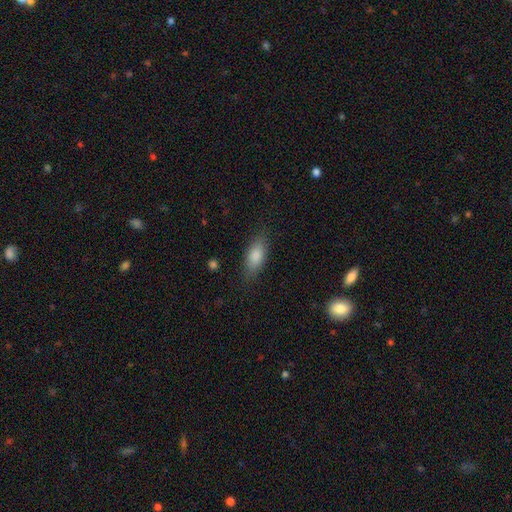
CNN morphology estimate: This is clearly a smooth galaxy (83%). How rounded: clearly in between (82%). Merging: clearly none (81%).